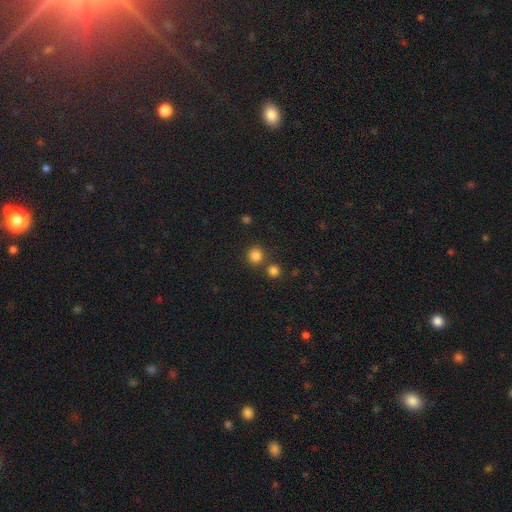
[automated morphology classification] type=smooth (83%); roundness=round (91%); merging=none (75%).